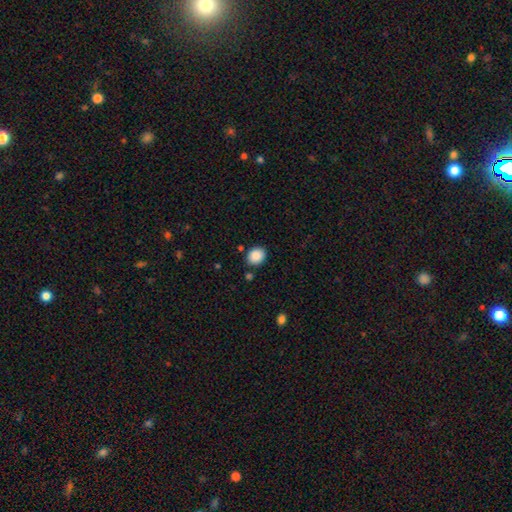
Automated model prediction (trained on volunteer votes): A smooth galaxy with no disk features (88%) that is round (63%). Merging: none (84%).